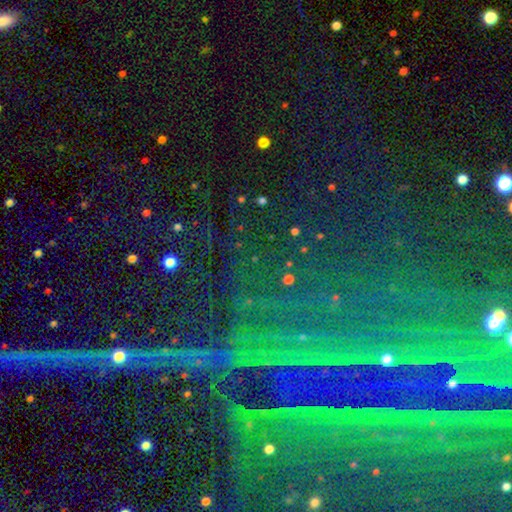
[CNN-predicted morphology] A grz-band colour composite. It shows a star or artifact, not a galaxy (82%).